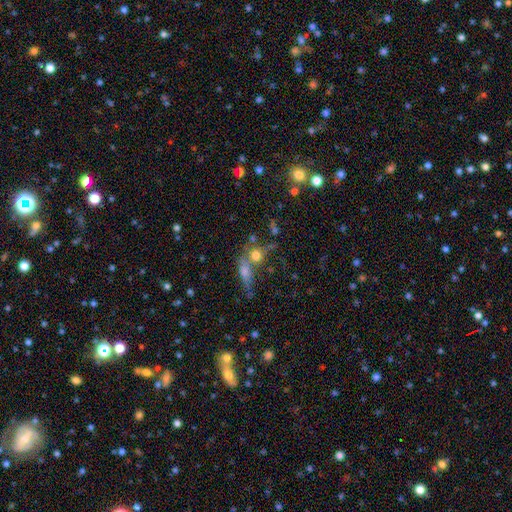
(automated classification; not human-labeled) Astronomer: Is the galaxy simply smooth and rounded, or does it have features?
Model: smooth — 64%.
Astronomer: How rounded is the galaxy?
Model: round — 70%.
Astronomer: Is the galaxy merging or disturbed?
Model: merger — 41% (runner-up: none, 40%).